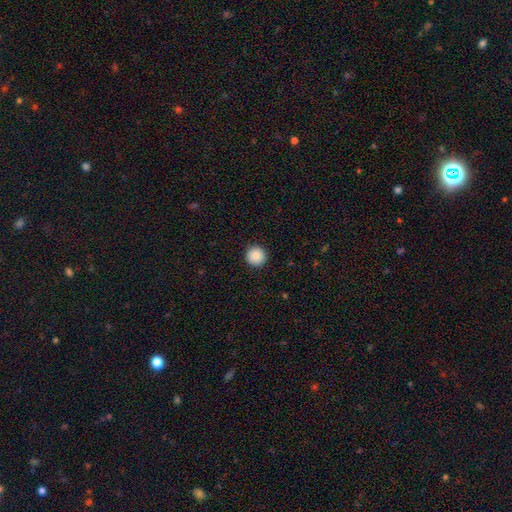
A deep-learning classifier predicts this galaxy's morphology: Smooth or featured: smooth — 89% (star or artifact — 8%)
How rounded: round — 96% (in between — 3%)
Merging: none — 93% (minor disturbance — 4%)